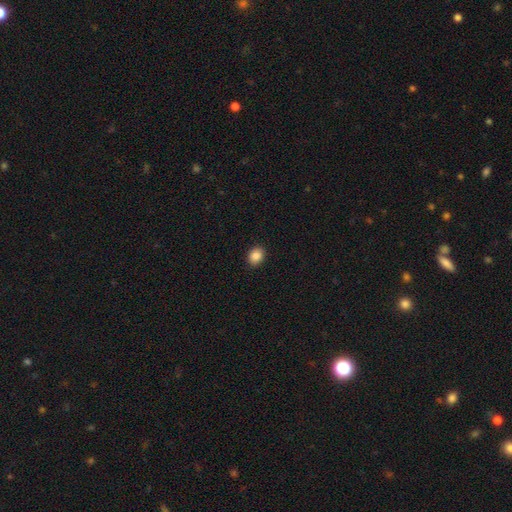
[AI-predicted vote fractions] Smooth or featured?
  - smooth: 88% *
  - star or artifact: 9%
  - featured or disk: 3%
How rounded?
  - in between: 56% *
  - round: 43%
  - cigar-shaped: 1%
Merging?
  - none: 90% *
  - minor disturbance: 7%
  - major disturbance: 2%
  - merger: 1%